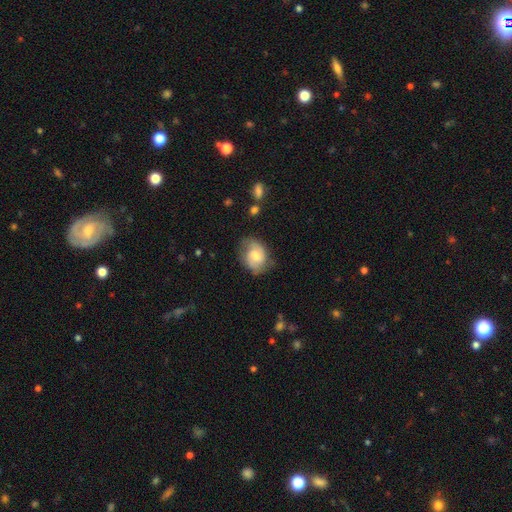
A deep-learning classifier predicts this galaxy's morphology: This is possibly a featured or disk galaxy (53%). It is clearly not viewed edge-on (97%). Bar: possibly no (50%). Spiral arm pattern: clearly yes (86%). Central bulge: possibly moderate (55%). Merging: likely none (65%).